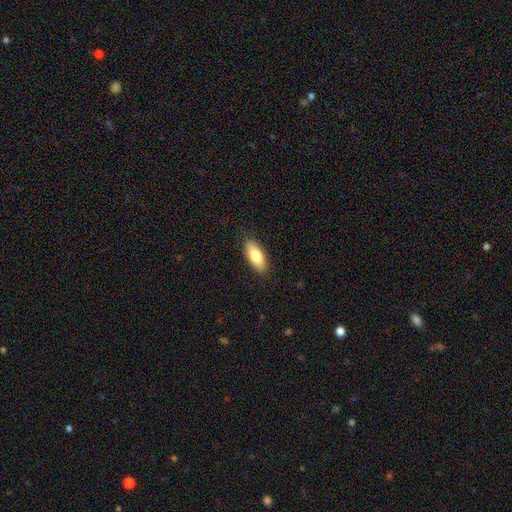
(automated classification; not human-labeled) A smooth galaxy with no disk features (79%) that is in between round and cigar-shaped (78%). Merging: none (88%).